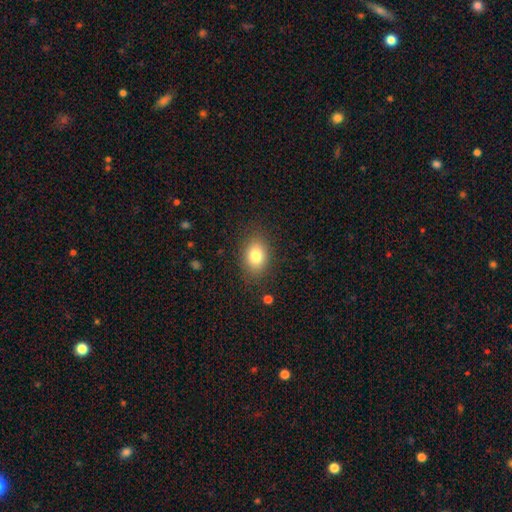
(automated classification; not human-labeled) A smooth galaxy with no disk features (81%) that is in between round and cigar-shaped (75%). Merging: none (84%).